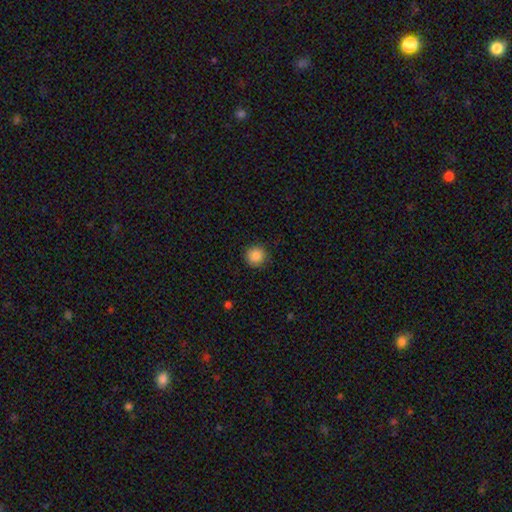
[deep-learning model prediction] Overall: smooth (87%). How rounded: round (94%). Merging: none (90%).